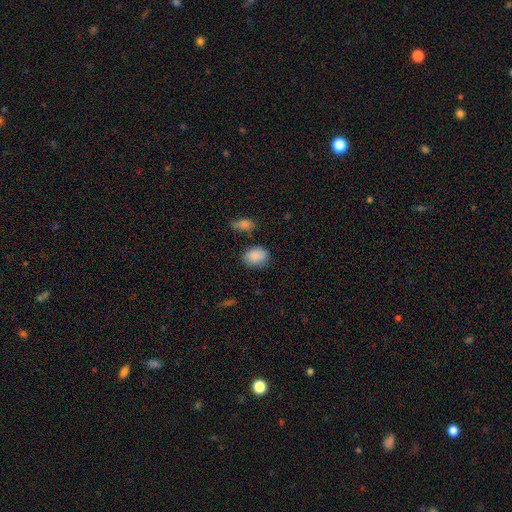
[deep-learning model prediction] The model was most divided on "how rounded": in between: 72%, round: 27%, cigar-shaped: 1%. More confident: smooth or featured — smooth (87%); merging — none (72%).